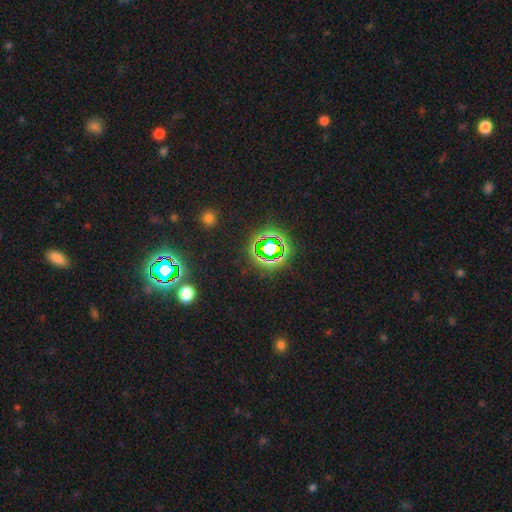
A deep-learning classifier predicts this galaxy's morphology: This is likely a star or artifact rather than a galaxy (80%).